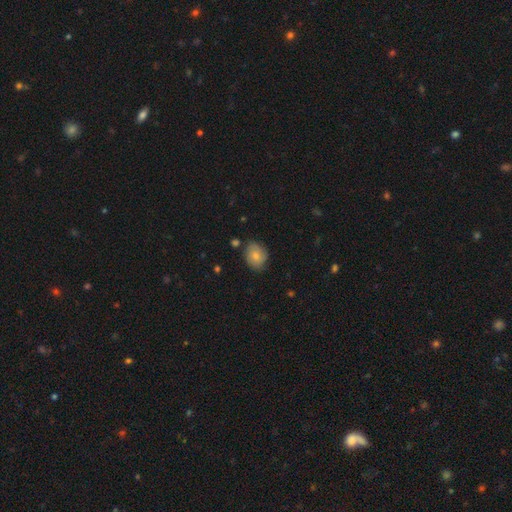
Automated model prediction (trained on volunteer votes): A smooth galaxy with no disk features (69%) that is round (53%). Merging: none (71%).